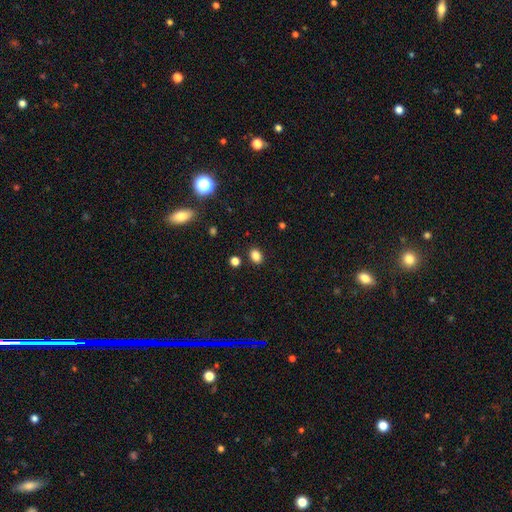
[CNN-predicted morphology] This is clearly a smooth galaxy (84%). How rounded: likely in between (66%). Merging: clearly none (86%).